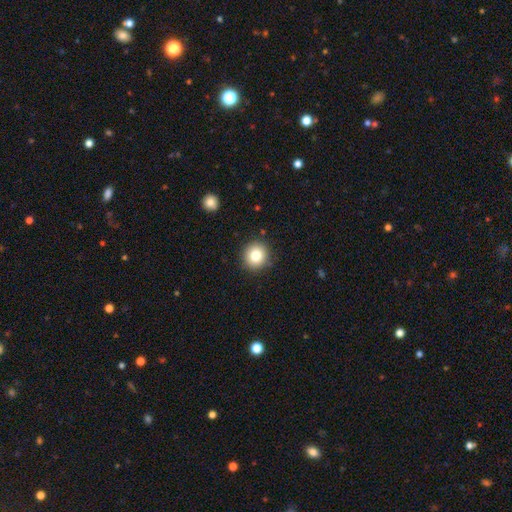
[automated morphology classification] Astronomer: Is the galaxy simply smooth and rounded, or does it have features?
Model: smooth — 81%.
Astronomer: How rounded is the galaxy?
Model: round — 92%.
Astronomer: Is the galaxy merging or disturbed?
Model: none — 90%.